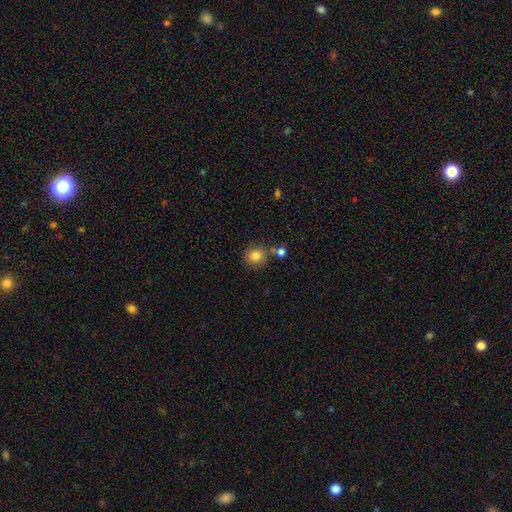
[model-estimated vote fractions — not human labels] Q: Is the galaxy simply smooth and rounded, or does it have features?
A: smooth — 82%.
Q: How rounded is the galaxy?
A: round — 89%.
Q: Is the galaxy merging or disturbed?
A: none — 76%.